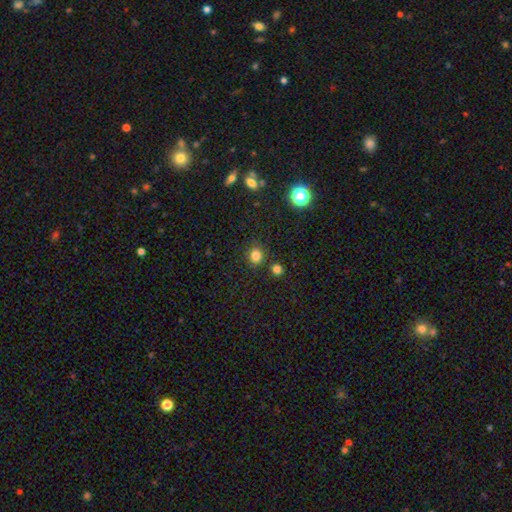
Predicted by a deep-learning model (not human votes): Q: Smooth or featured?
A: smooth (80%); runner-up: star or artifact (15%)
Q: How rounded?
A: round (79%); runner-up: in between (20%)
Q: Merging?
A: none (81%); runner-up: minor disturbance (9%)